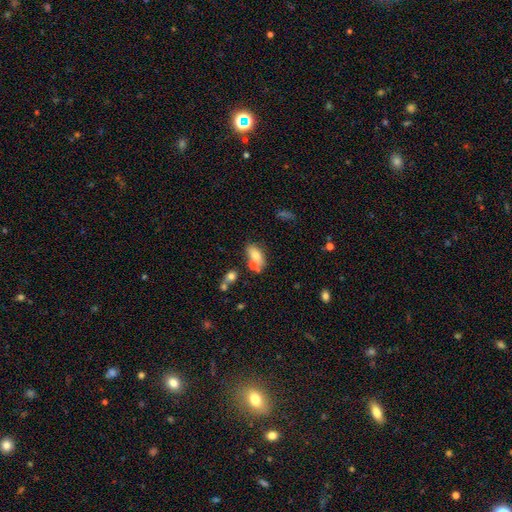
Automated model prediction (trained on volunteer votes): The model was most divided on "merging": none: 46%, merger: 32%, minor disturbance: 16%, major disturbance: 6%. More confident: how rounded — in between (88%); smooth or featured — smooth (73%).